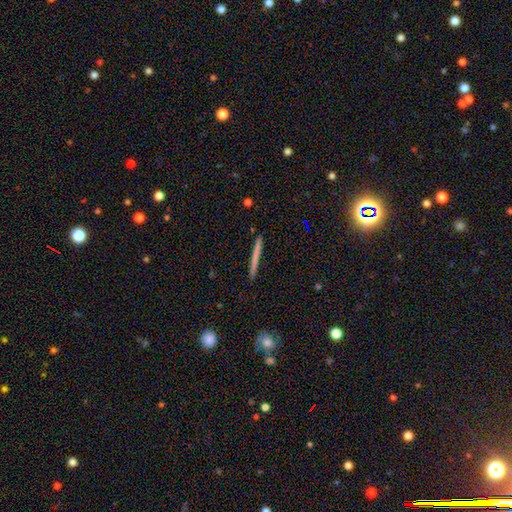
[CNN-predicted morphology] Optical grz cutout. It shows a smooth galaxy with no disk features (61%) that is cigar-shaped (97%). Merging: none (92%).